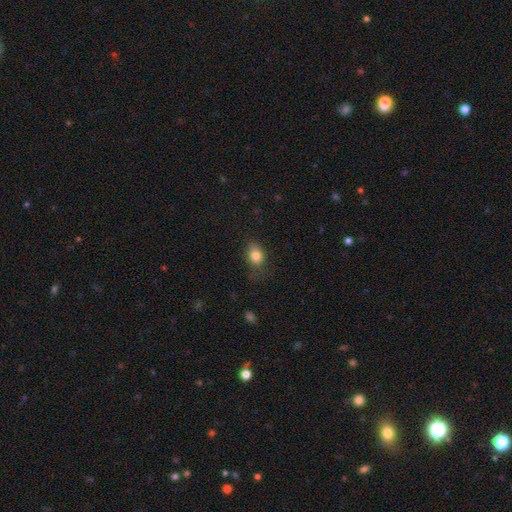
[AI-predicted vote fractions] smooth-or-featured: smooth: 82% | star or artifact: 10% | featured or disk: 8%
  how-rounded: in between: 63% | round: 36% | cigar-shaped: 2%
  merging: none: 62% | minor disturbance: 26% | major disturbance: 10% | merger: 1%